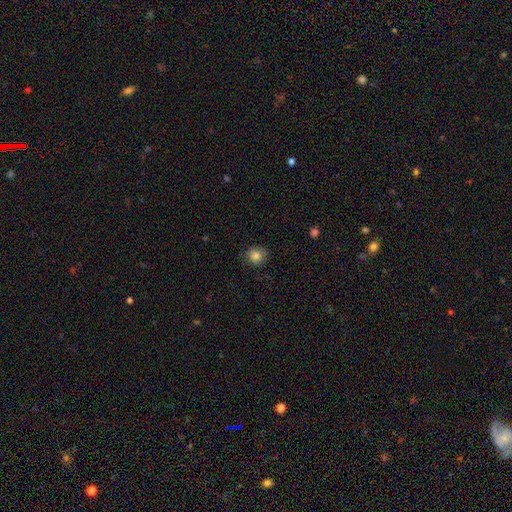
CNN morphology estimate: Smooth or featured? Predicted: smooth (p=0.83). How rounded? Predicted: round (p=0.86). Merging? Predicted: none (p=0.84).